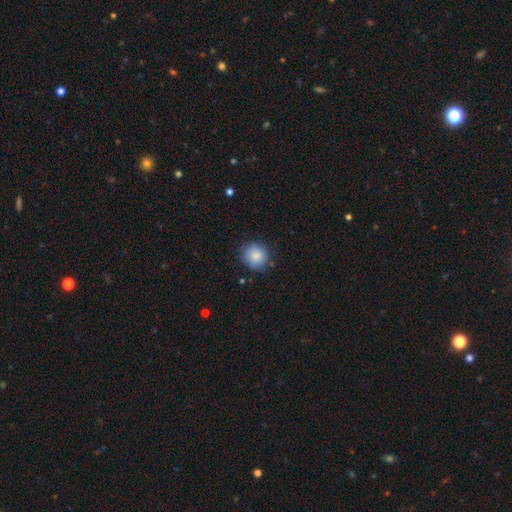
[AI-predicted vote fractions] This appears to be a smooth galaxy with no disk features (86%) that is round (88%). Merging: none (80%).